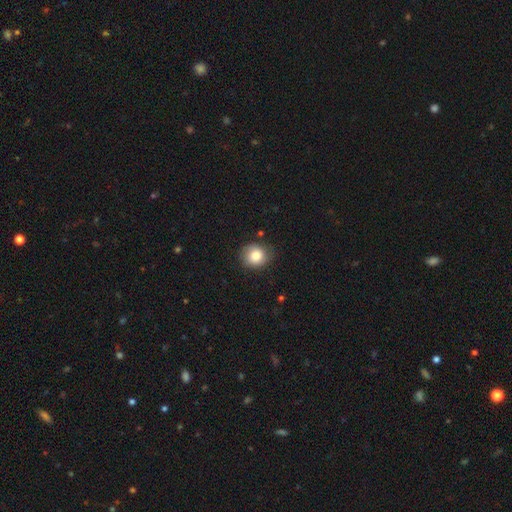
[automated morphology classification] smooth 80%, featured or disk 11%, star or artifact 9%. Down the decision tree: how rounded — round (79%); merging — none (77%).